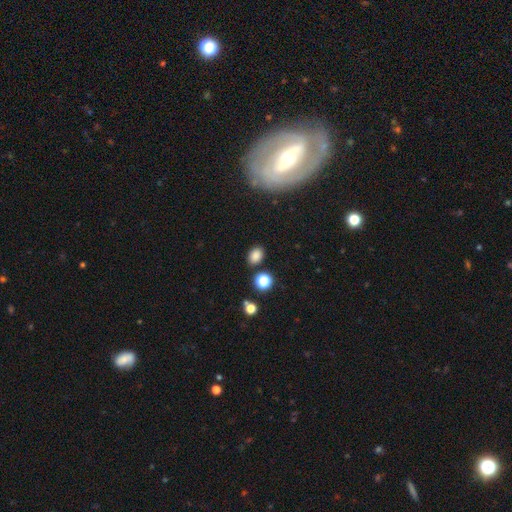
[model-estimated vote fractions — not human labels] A smooth galaxy with no disk features (83%) that is in between round and cigar-shaped (70%).

Vote fractions:
- Smooth or featured? smooth: 83% / star or artifact: 13% / featured or disk: 4%
- How rounded? in between: 70% / round: 29% / cigar-shaped: 1%
- Merging? none: 84% / minor disturbance: 10% / merger: 4% / major disturbance: 3%